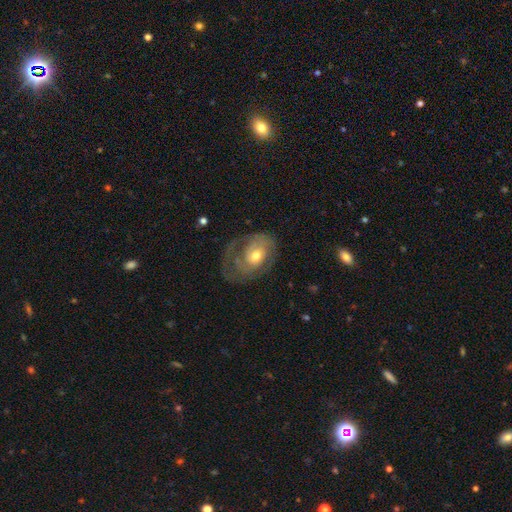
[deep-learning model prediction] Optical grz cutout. It shows a featured or disk galaxy (71%) with no bar (68%), 2 (37%) tight (49%) spiral arms (81%) and a moderate central bulge (68%). Merging: none (46%).